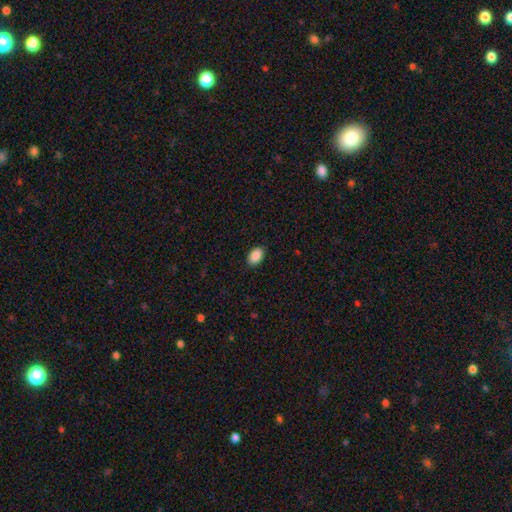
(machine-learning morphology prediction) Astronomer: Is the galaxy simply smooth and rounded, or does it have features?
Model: smooth — 90%.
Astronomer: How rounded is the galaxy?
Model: in between — 92%.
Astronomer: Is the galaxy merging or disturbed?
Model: none — 89%.